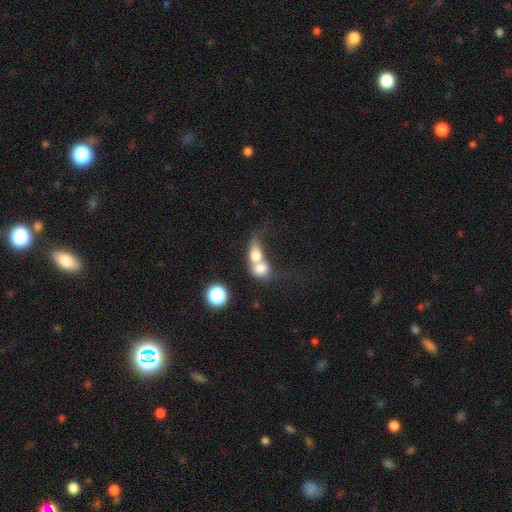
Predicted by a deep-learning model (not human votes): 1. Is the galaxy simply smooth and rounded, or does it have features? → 69% smooth, 21% featured or disk, 10% star or artifact.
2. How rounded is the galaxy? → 55% in between, 40% round, 5% cigar-shaped.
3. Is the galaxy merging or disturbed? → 78% merger, 12% none, 6% major disturbance, 5% minor disturbance.